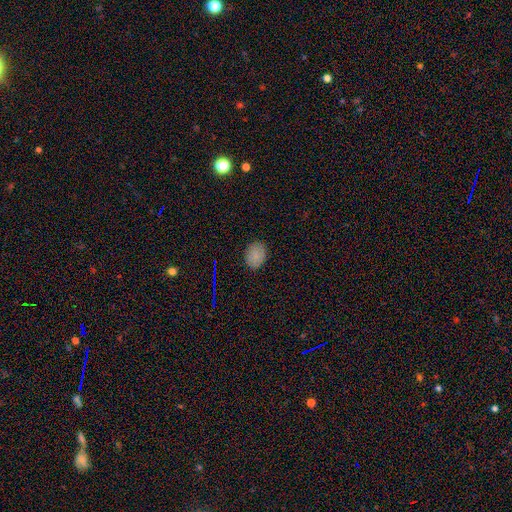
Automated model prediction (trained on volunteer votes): This appears to be a smooth galaxy with no disk features (82%) that is in between round and cigar-shaped (58%). Merging: none (87%).